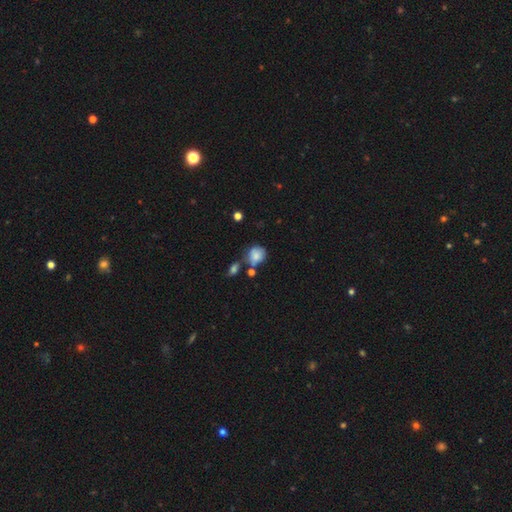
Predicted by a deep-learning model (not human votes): Morphology: type=smooth (78%); roundness=round (78%); merging=none (52%).